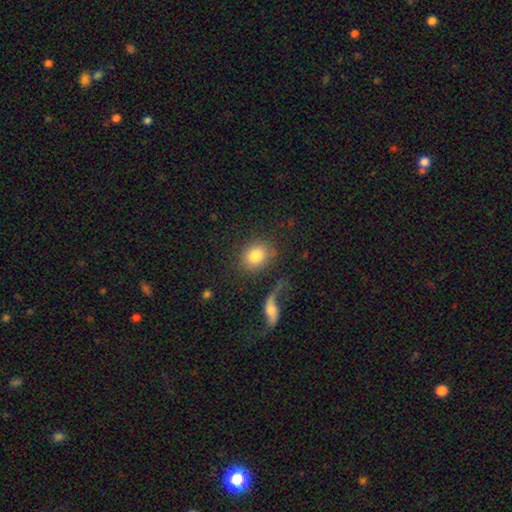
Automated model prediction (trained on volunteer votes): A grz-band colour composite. It shows a smooth galaxy with no disk features (81%) that is round (65%). Merging: none (68%).